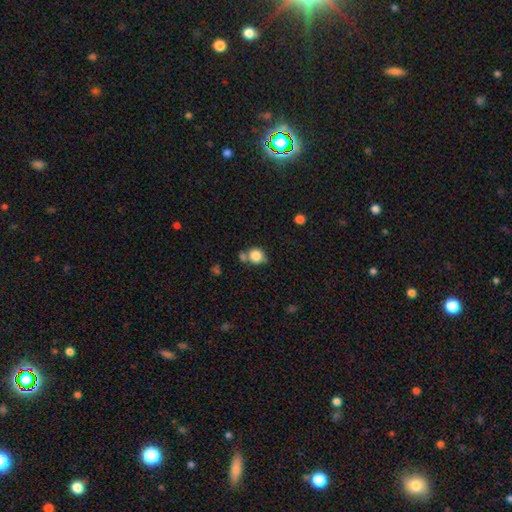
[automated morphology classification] A smooth galaxy with no disk features (84%) that is round (82%). Merging: none (58%).